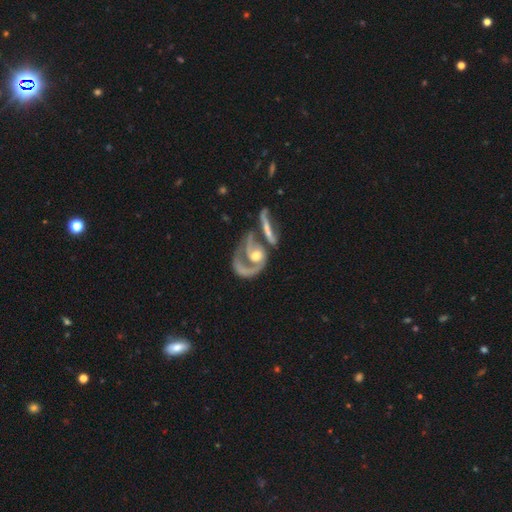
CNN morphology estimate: This appears to be a featured or disk galaxy (78%) with no bar (68%), 1 (61%) medium (38%) spiral arms (82%) and a moderate central bulge (64%). Merging: merger (40%).